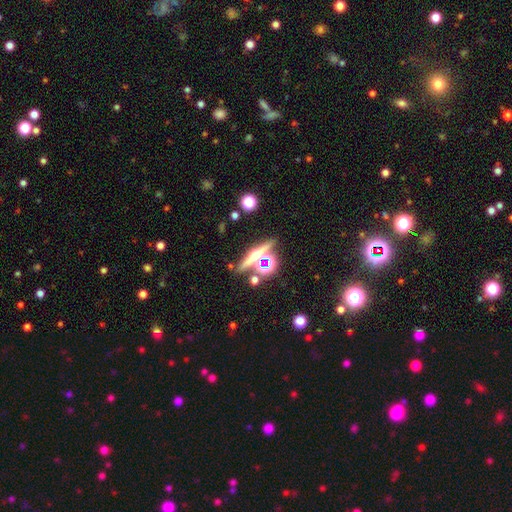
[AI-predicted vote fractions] Overall: featured or disk (48%; smooth 27%). Merging: none (69%).